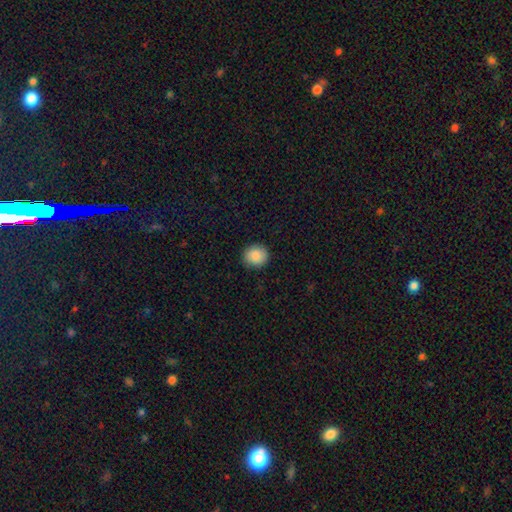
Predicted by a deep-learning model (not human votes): Overall: smooth (86%). How rounded: round (86%). Merging: none (89%).